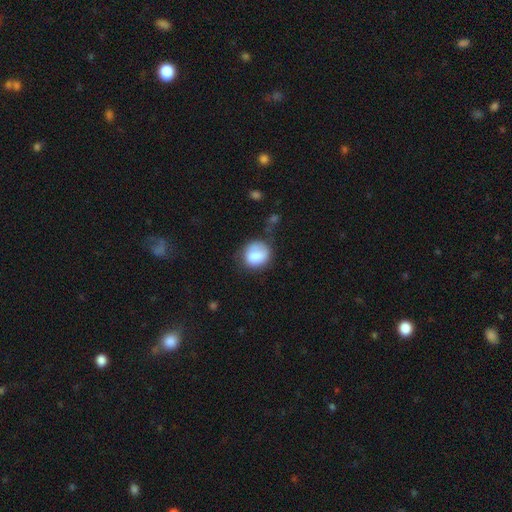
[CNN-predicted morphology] A smooth galaxy with no disk features (82%) that is round (70%). Merging: none (53%).